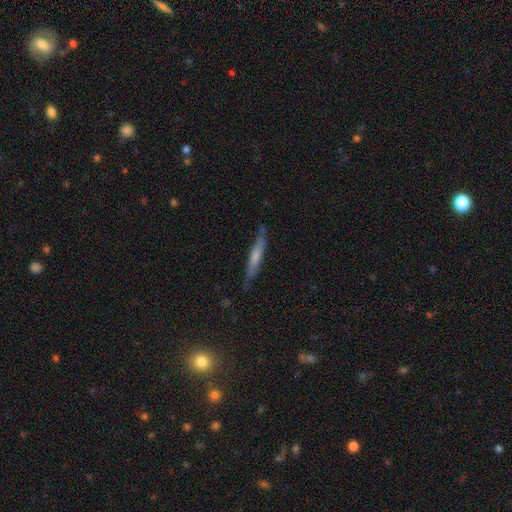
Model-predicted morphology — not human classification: smooth-or-featured: smooth: 54% | featured or disk: 40% | star or artifact: 7%
  how-rounded: cigar-shaped: 92% | in between: 6% | round: 1%
  merging: none: 77% | minor disturbance: 18% | major disturbance: 4% | merger: 2%